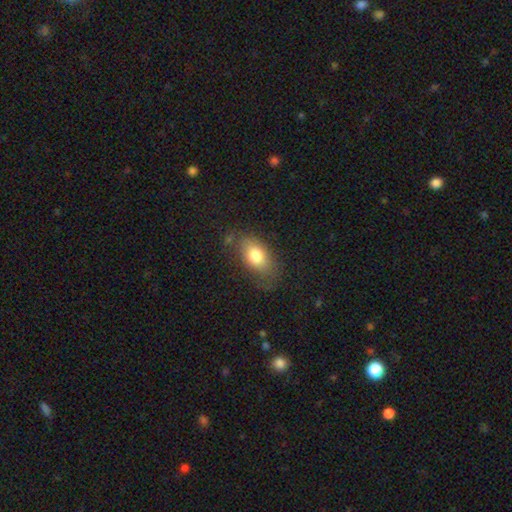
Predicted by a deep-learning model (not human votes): This appears to be a smooth galaxy with no disk features (77%) that is in between round and cigar-shaped (88%). Merging: none (67%).